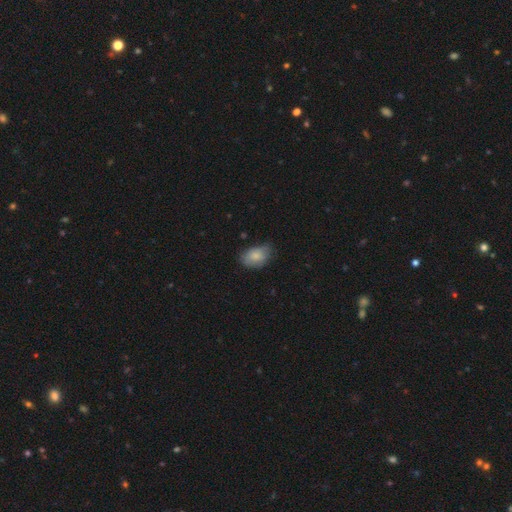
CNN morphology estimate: smooth-or-featured: smooth: 82% | featured or disk: 11% | star or artifact: 7%
  how-rounded: in between: 84% | round: 14% | cigar-shaped: 1%
  merging: none: 60% | minor disturbance: 33% | major disturbance: 6% | merger: 2%